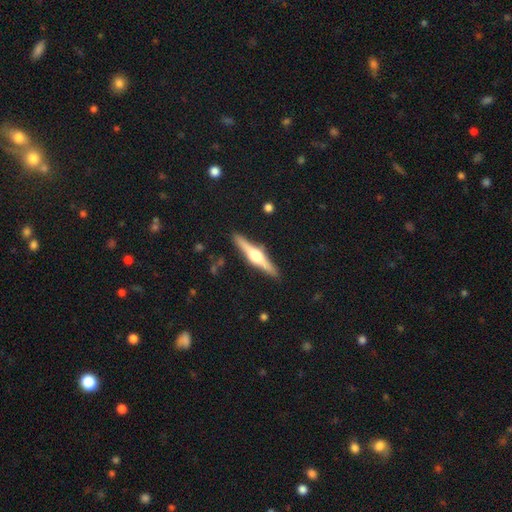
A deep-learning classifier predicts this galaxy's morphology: This appears to be a featured or disk galaxy (75%) viewed edge-on (98%) with a rounded central bulge (93%). Merging: none (90%).